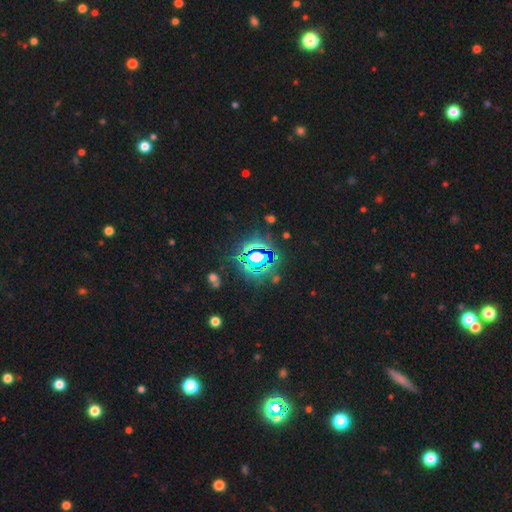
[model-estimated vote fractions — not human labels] Overall: star or artifact (76%).